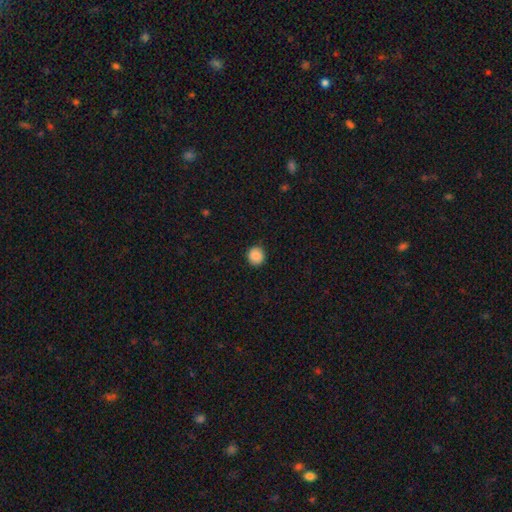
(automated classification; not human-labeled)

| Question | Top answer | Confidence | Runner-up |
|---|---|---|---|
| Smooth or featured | smooth | 87% | star or artifact (8%) |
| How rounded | round | 88% | in between (11%) |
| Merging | none | 89% | minor disturbance (8%) |